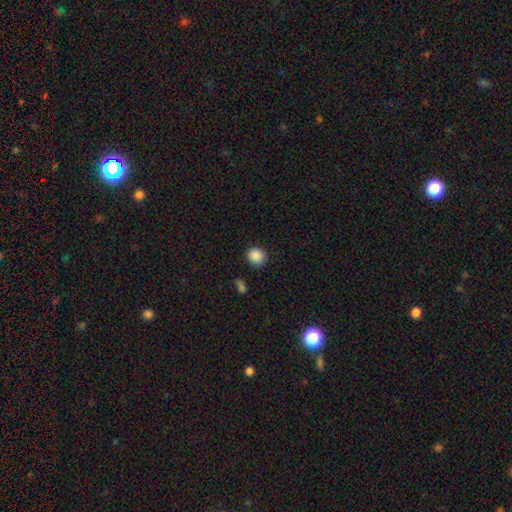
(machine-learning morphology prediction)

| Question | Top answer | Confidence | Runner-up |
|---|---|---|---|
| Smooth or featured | smooth | 88% | star or artifact (9%) |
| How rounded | round | 89% | in between (10%) |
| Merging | none | 87% | minor disturbance (8%) |